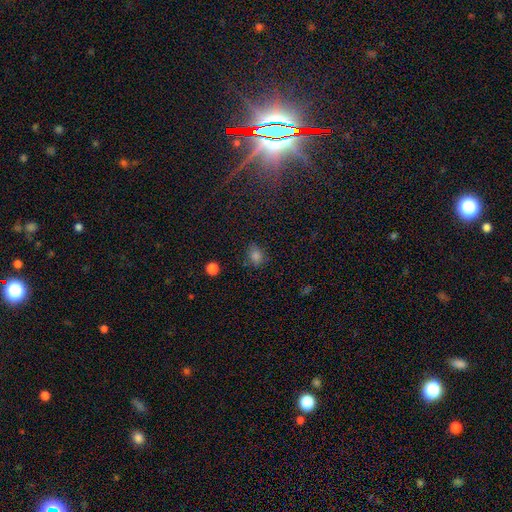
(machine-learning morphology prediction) The model was most divided on "how rounded": in between: 58%, round: 40%, cigar-shaped: 2%. More confident: merging — none (78%); smooth or featured — smooth (75%).